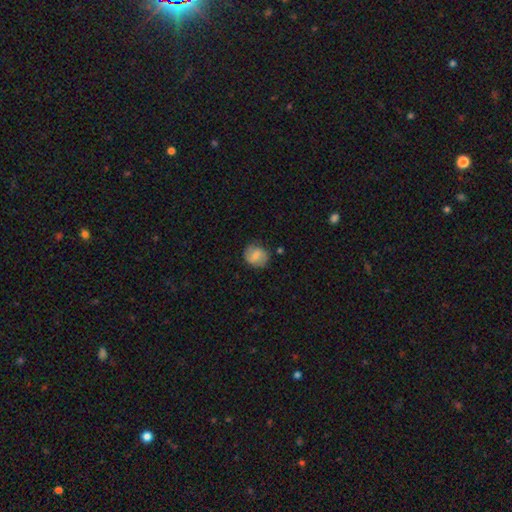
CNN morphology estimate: This appears to be a smooth galaxy with no disk features (64%) that is round (70%). Merging: none (73%).